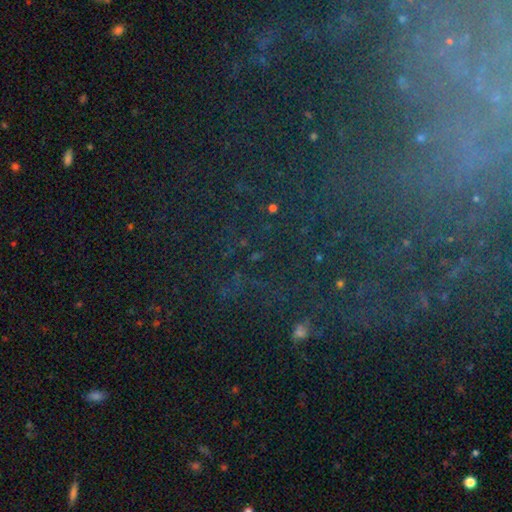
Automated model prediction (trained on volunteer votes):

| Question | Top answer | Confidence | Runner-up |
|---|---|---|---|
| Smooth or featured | star or artifact | 62% | featured or disk (23%) |